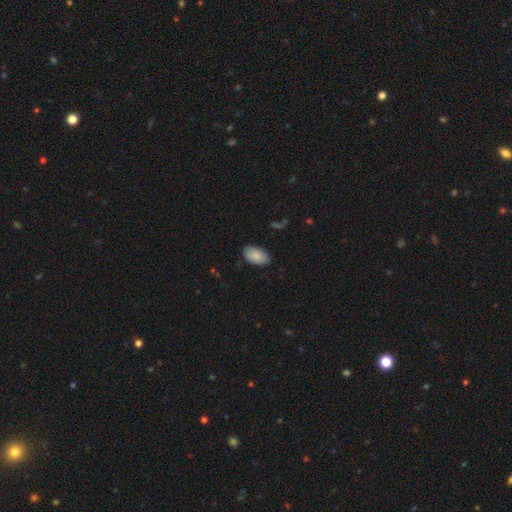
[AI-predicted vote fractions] The model was most divided on "merging": none: 83%, minor disturbance: 13%, major disturbance: 2%, merger: 1%. More confident: how rounded — in between (95%); smooth or featured — smooth (85%).